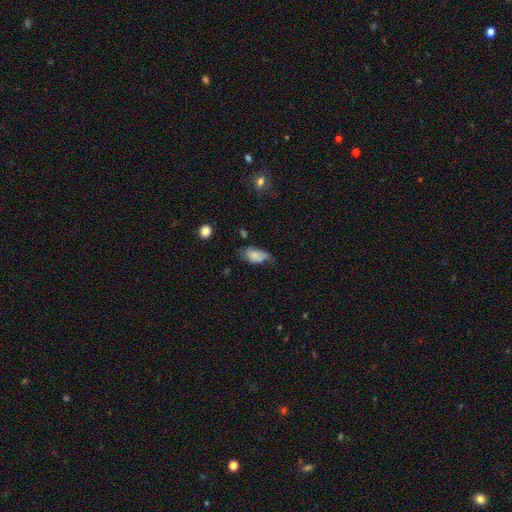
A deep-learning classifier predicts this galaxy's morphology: type=smooth (76%); roundness=in between (91%); merging=minor disturbance (40%).